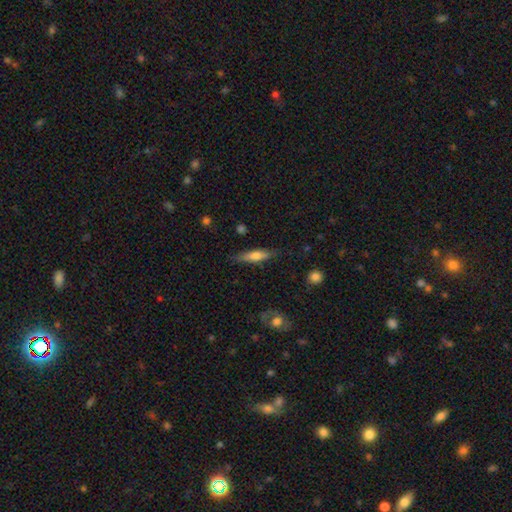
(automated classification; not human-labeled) smooth_or_featured: smooth (p=0.65) [alt: featured or disk p=0.29]
how_rounded: cigar-shaped (p=0.72) [alt: in between p=0.26]
merging: none (p=0.81) [alt: minor disturbance p=0.14]